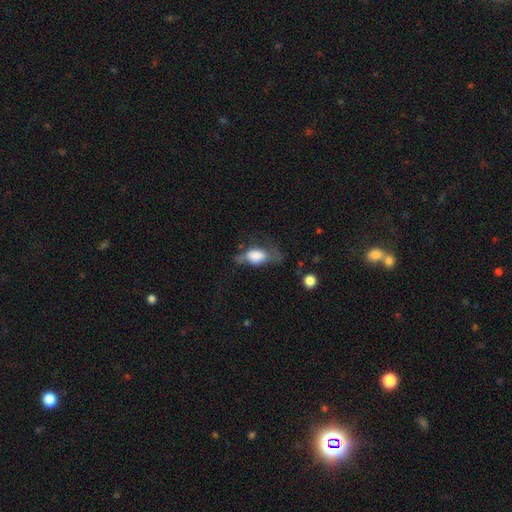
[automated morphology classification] A smooth galaxy with no disk features (68%) that is in between round and cigar-shaped (85%). Merging: major disturbance (32%, tied with none).